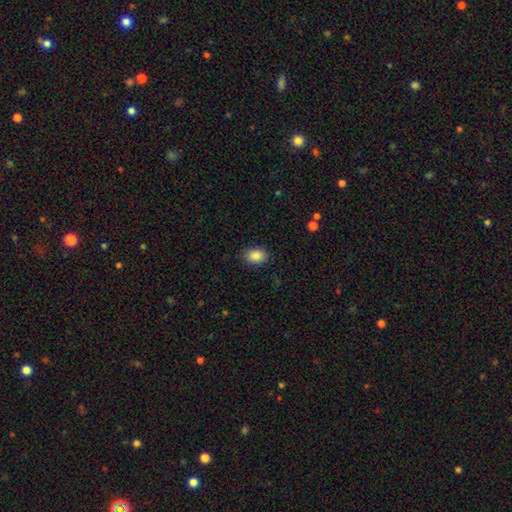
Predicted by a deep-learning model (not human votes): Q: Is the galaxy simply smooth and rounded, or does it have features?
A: smooth — 88%.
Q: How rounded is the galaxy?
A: in between — 77%.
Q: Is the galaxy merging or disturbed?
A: none — 86%.